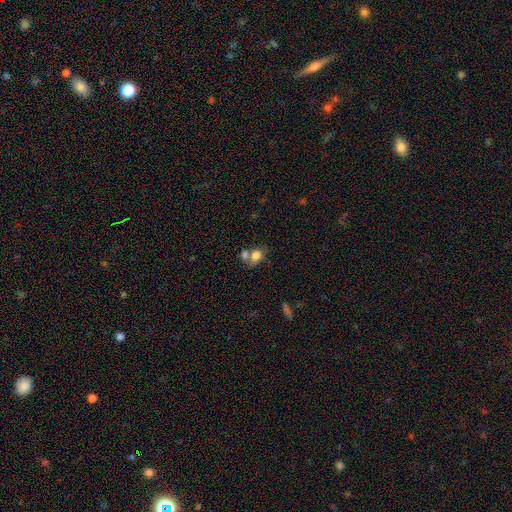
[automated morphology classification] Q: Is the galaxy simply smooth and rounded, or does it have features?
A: smooth — 74%.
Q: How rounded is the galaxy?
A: in between — 56%.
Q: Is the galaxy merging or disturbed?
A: merger — 45%.